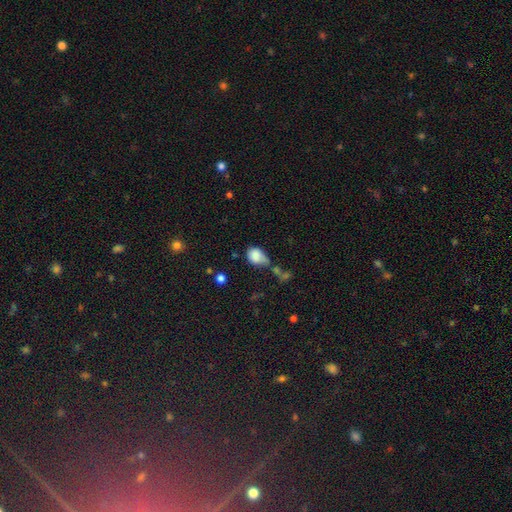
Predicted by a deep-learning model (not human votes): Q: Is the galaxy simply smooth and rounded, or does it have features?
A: smooth — 81%.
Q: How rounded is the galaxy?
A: in between — 68%.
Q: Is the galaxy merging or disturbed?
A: minor disturbance — 30%.